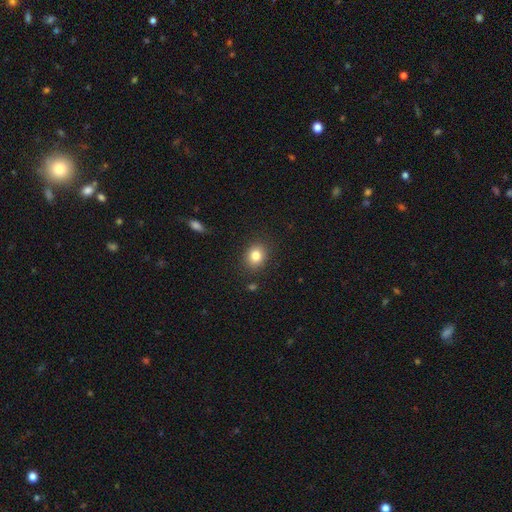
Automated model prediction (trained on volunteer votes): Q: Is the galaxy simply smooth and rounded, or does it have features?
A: smooth — 83%.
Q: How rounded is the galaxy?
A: round — 64%.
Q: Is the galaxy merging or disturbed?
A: none — 87%.